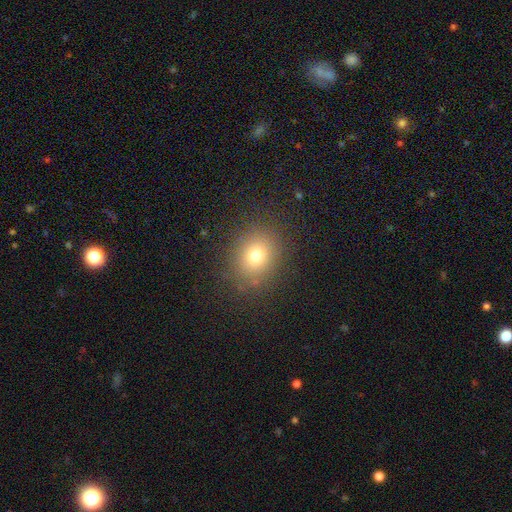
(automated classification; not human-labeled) Smooth or featured? Predicted: smooth (p=0.74). How rounded? Predicted: round (p=0.66). Merging? Predicted: none (p=0.86).